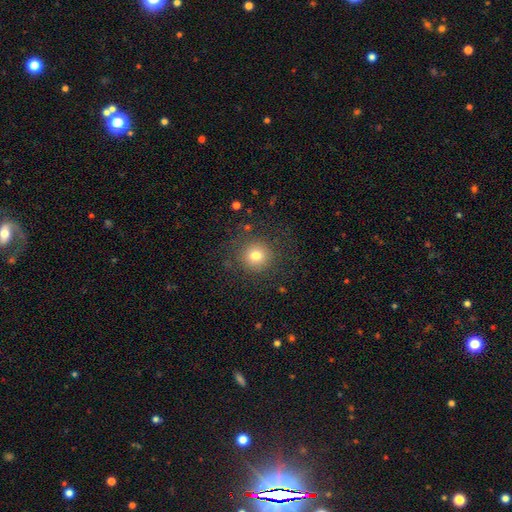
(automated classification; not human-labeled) Overall: smooth (77%). How rounded: round (93%). Merging: none (84%).